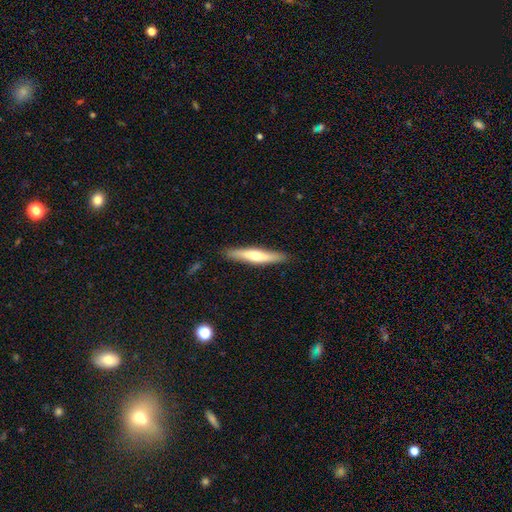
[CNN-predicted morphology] Smooth or featured?
  - smooth: 48% *
  - featured or disk: 47%
  - star or artifact: 5%
Merging?
  - none: 89% *
  - minor disturbance: 8%
  - major disturbance: 2%
  - merger: 1%